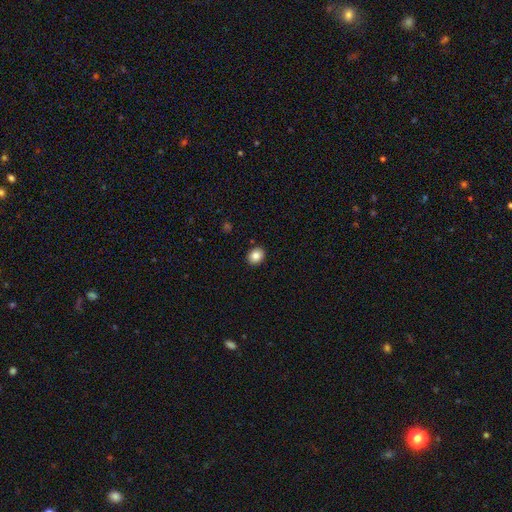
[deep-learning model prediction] smooth_or_featured: smooth (p=0.85) [alt: star or artifact p=0.09]
how_rounded: round (p=0.61) [alt: in between p=0.38]
merging: none (p=0.91) [alt: minor disturbance p=0.06]